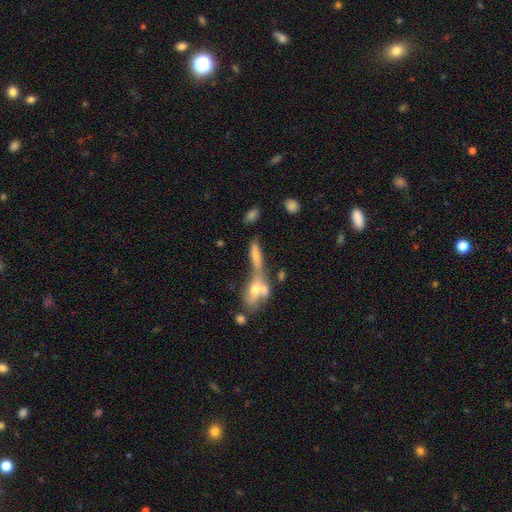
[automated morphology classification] This is likely a smooth galaxy (64%). How rounded: possibly cigar-shaped (57%). Merging: possibly merger (60%).